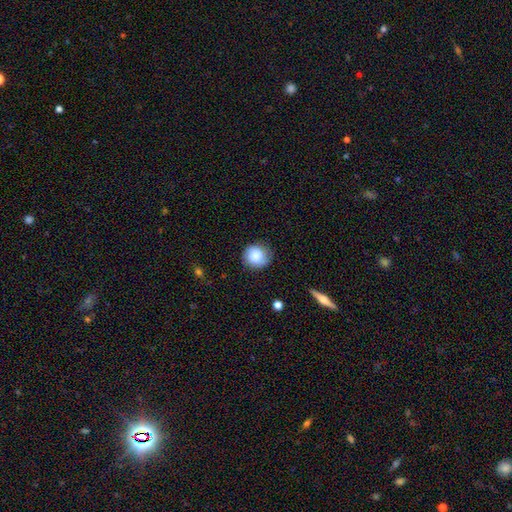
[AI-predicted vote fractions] Smooth or featured: smooth — 84% (featured or disk — 8%)
How rounded: round — 89% (in between — 10%)
Merging: none — 83% (minor disturbance — 13%)